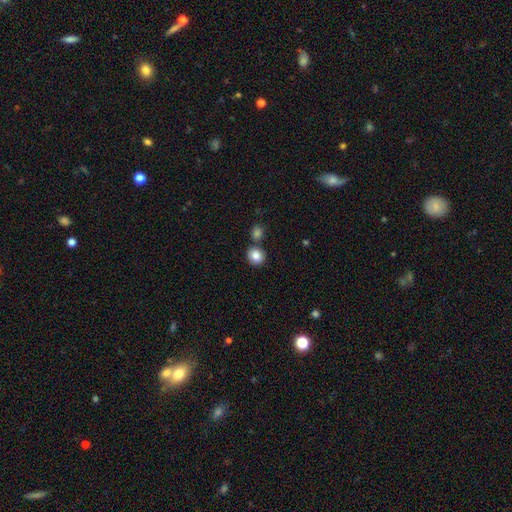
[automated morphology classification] Q: Smooth or featured?
A: smooth (85%); runner-up: star or artifact (9%)
Q: How rounded?
A: round (80%); runner-up: in between (19%)
Q: Merging?
A: none (71%); runner-up: merger (17%)